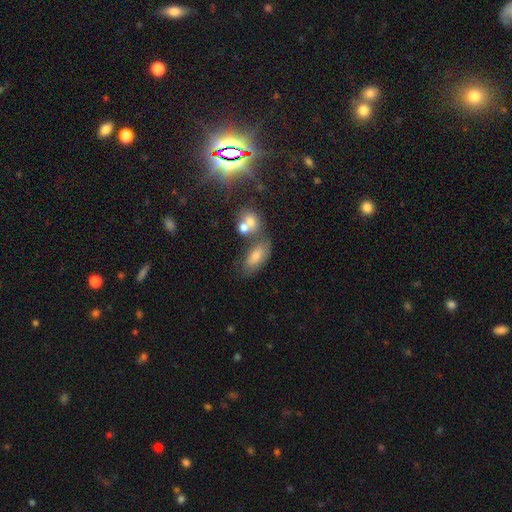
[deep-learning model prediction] Smooth or featured? smooth (50%)
Merging? none (51%)